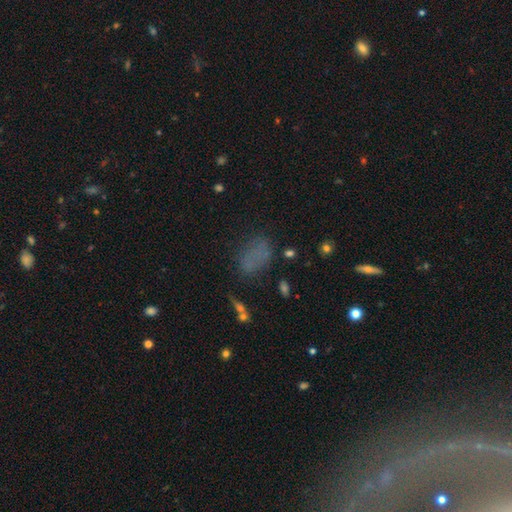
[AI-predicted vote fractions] The model was most divided on "merging": none: 58%, minor disturbance: 21%, major disturbance: 16%, merger: 4%. More confident: how rounded — in between (85%); smooth or featured — smooth (63%).